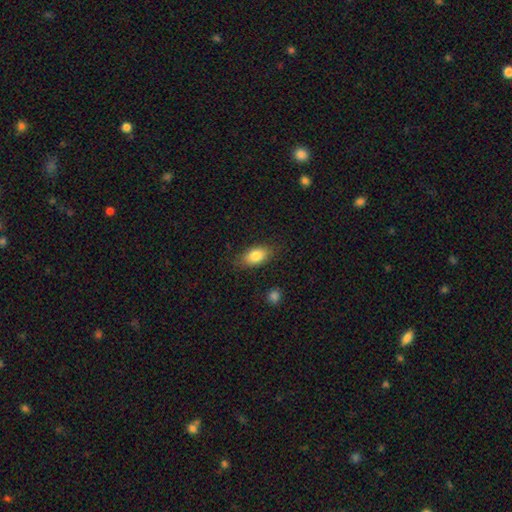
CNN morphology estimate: This appears to be a smooth galaxy with no disk features (83%) that is in between round and cigar-shaped (88%). Merging: none (81%).